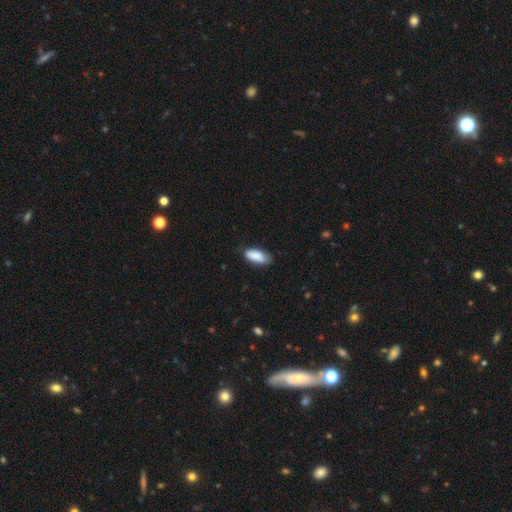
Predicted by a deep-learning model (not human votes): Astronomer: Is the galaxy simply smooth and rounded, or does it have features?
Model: smooth — 86%.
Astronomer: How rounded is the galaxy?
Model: in between — 86%.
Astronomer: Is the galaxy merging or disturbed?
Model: none — 70%.